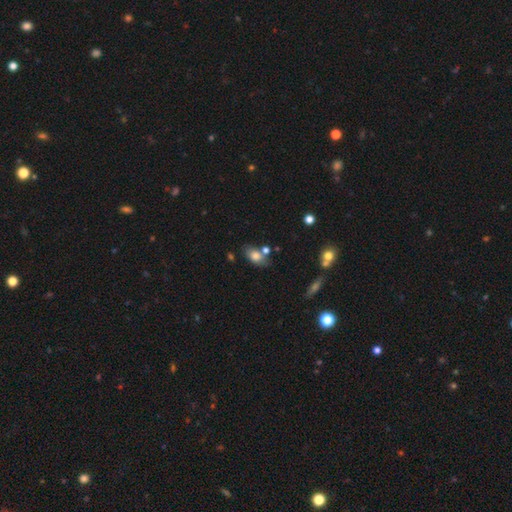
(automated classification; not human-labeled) This appears to be a smooth galaxy with no disk features (75%) that is in between round and cigar-shaped (86%). Merging: none (59%).